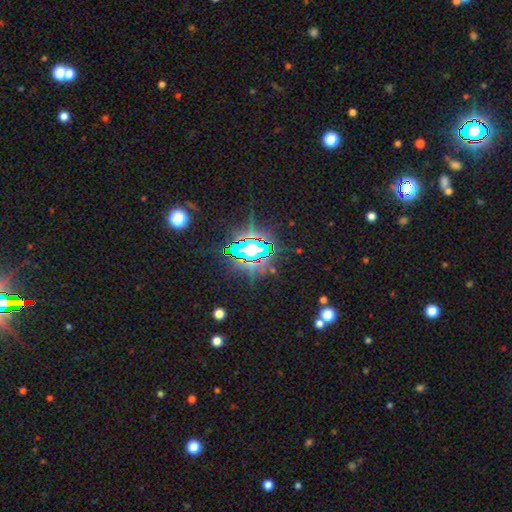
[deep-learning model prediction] smooth_or_featured: star or artifact (p=0.76) [alt: smooth p=0.13]